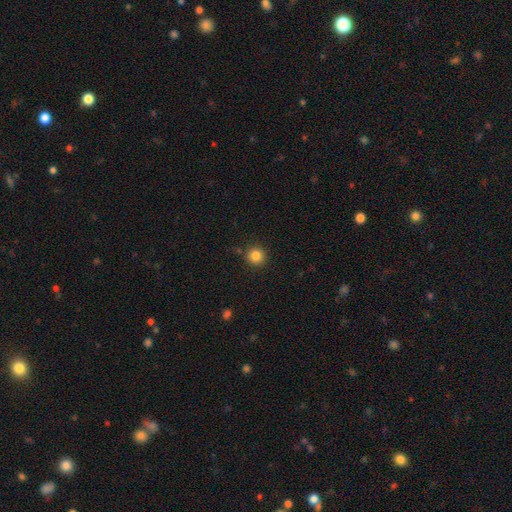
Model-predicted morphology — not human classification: Smooth or featured: smooth — 84% (star or artifact — 11%)
How rounded: round — 94% (in between — 5%)
Merging: none — 87% (minor disturbance — 8%)